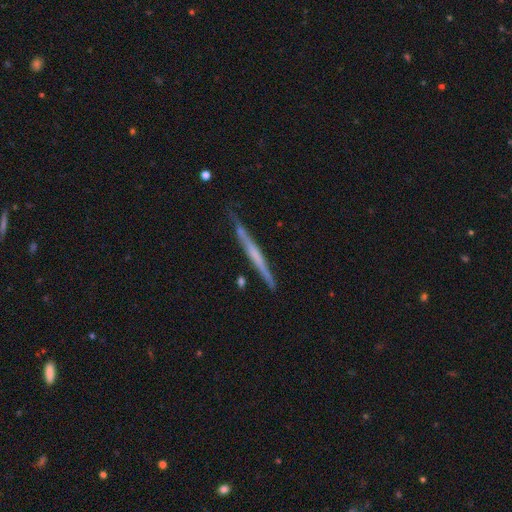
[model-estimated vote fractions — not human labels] Smooth or featured: featured or disk — 61% (smooth — 33%)
Edge-on disk: yes — 97% (no — 3%)
Edge-on bulge: none — 72% (rounded — 17%)
Merging: none — 81% (minor disturbance — 15%)